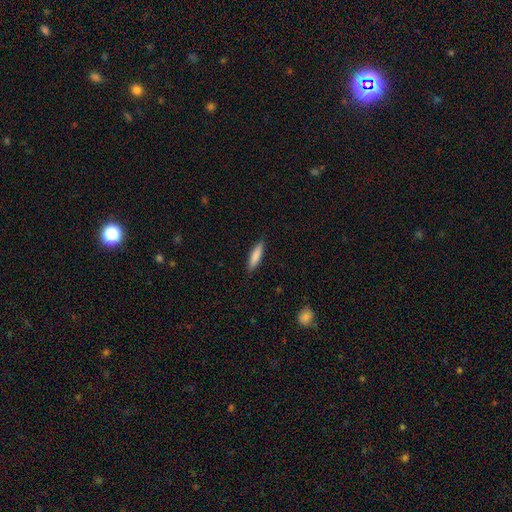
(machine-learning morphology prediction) The model was most divided on "how rounded": cigar-shaped: 74%, in between: 24%, round: 1%. More confident: merging — none (87%); smooth or featured — smooth (83%).